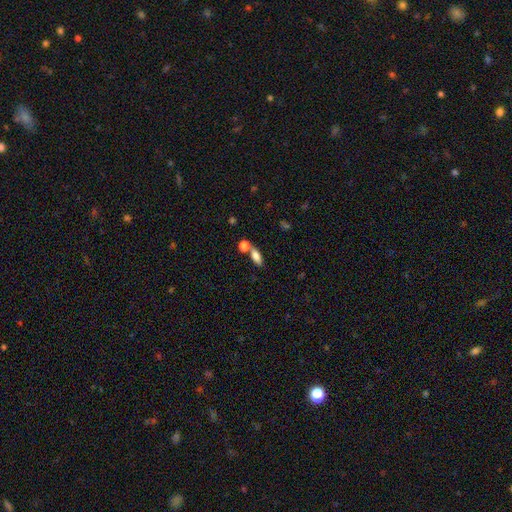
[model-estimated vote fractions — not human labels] Smooth or featured?
  - smooth: 76% *
  - featured or disk: 15%
  - star or artifact: 9%
How rounded?
  - in between: 72% *
  - cigar-shaped: 22%
  - round: 7%
Merging?
  - none: 60% *
  - merger: 24%
  - minor disturbance: 12%
  - major disturbance: 4%